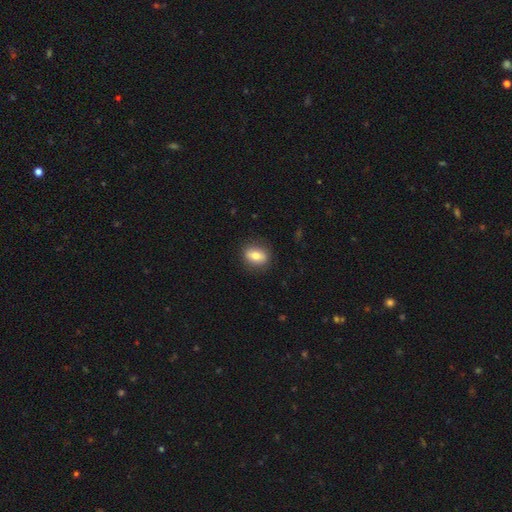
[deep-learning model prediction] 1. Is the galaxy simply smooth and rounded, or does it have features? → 74% smooth, 18% featured or disk, 8% star or artifact.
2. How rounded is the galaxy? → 66% in between, 31% round, 3% cigar-shaped.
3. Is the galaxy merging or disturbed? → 86% none, 11% minor disturbance, 3% major disturbance, 1% merger.